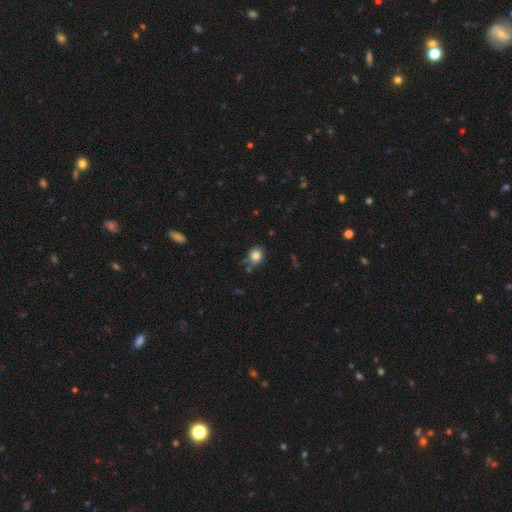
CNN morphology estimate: Smooth or featured? Predicted: smooth (p=0.83). How rounded? Predicted: round (p=0.56). Merging? Predicted: none (p=0.74).